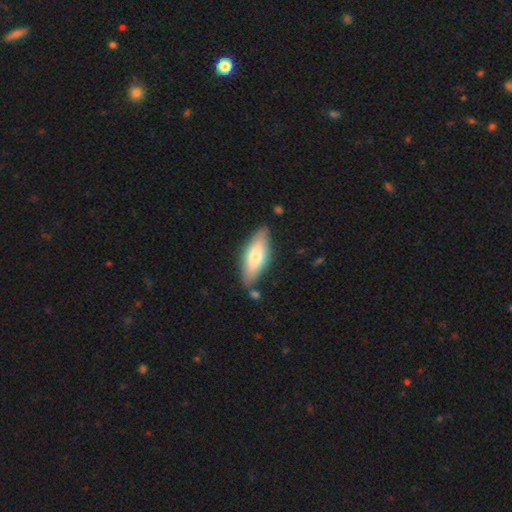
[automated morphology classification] smooth-or-featured: smooth: 68% | featured or disk: 26% | star or artifact: 5%
  how-rounded: in between: 66% | cigar-shaped: 32% | round: 2%
  merging: none: 78% | minor disturbance: 14% | merger: 5% | major disturbance: 3%